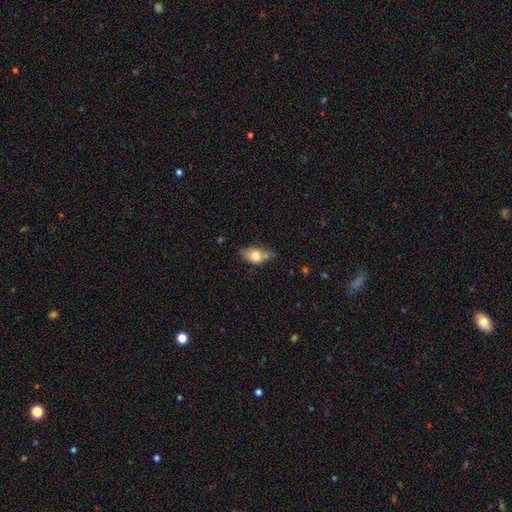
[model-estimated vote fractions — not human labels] This appears to be a smooth galaxy with no disk features (72%) that is in between round and cigar-shaped (84%). Merging: none (45%).